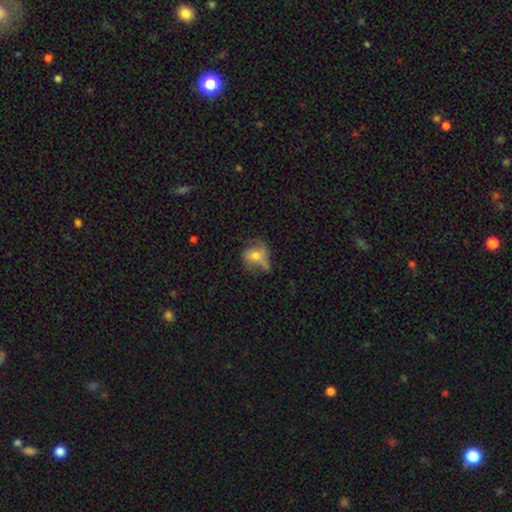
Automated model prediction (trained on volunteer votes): smooth-or-featured: smooth: 53% | featured or disk: 35% | star or artifact: 12%
  how-rounded: round: 51% | in between: 46% | cigar-shaped: 2%
  merging: none: 37% | major disturbance: 28% | minor disturbance: 27% | merger: 8%